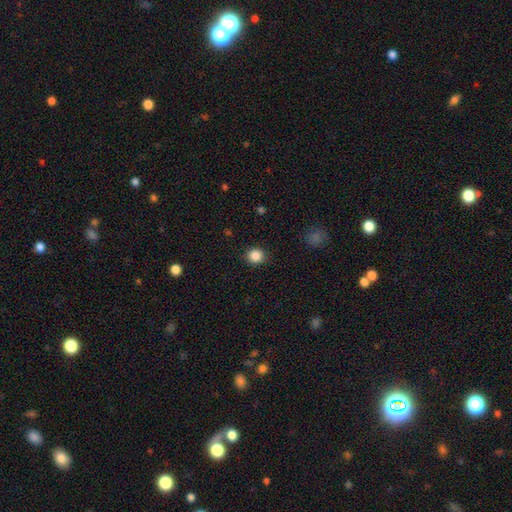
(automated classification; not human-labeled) Smooth or featured: smooth — 86% (star or artifact — 11%)
How rounded: round — 88% (in between — 12%)
Merging: none — 90% (minor disturbance — 7%)